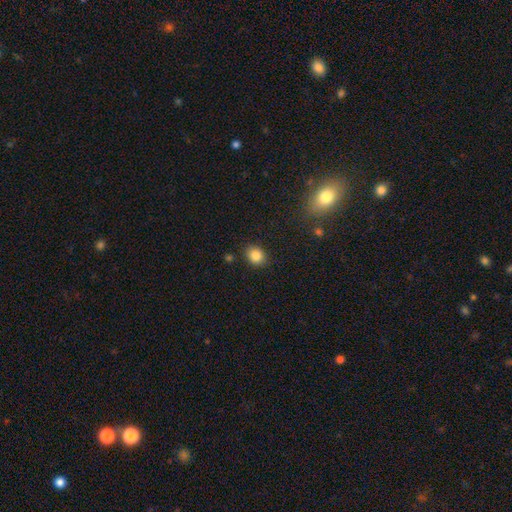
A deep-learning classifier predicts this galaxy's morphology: A smooth galaxy with no disk features (84%) that is round (61%).

Vote fractions:
- Smooth or featured? smooth: 84% / star or artifact: 10% / featured or disk: 5%
- How rounded? round: 61% / in between: 38% / cigar-shaped: 1%
- Merging? none: 86% / minor disturbance: 9% / major disturbance: 2% / merger: 2%